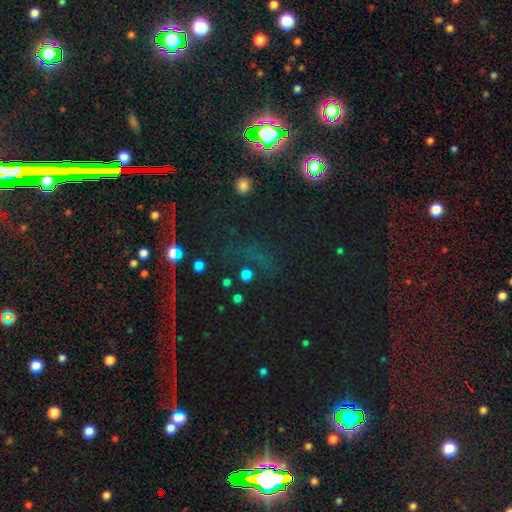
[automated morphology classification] type=star or artifact (75%).